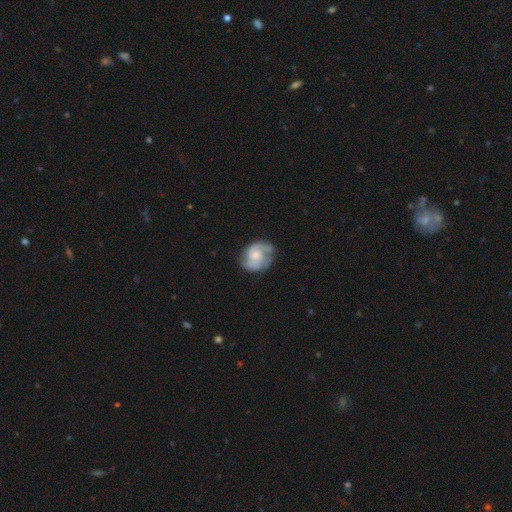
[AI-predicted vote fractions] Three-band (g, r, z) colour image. It shows a featured or disk galaxy (77%) with no bar (64%), 2 (79%) medium (49%) spiral arms (94%) and a small central bulge (48%). Merging: none (71%).